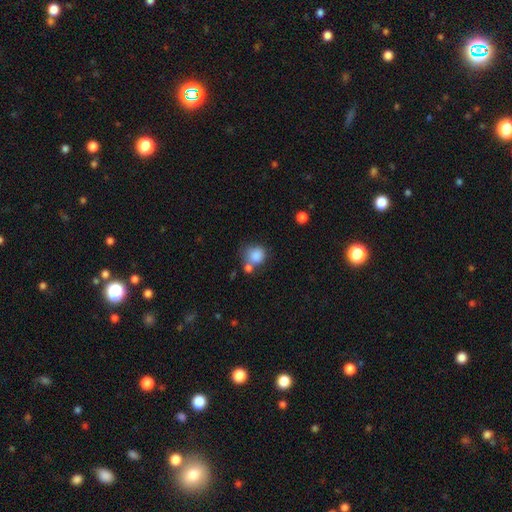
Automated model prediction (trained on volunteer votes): This is clearly a smooth galaxy (84%). How rounded: clearly round (81%). Merging: possibly none (50%).